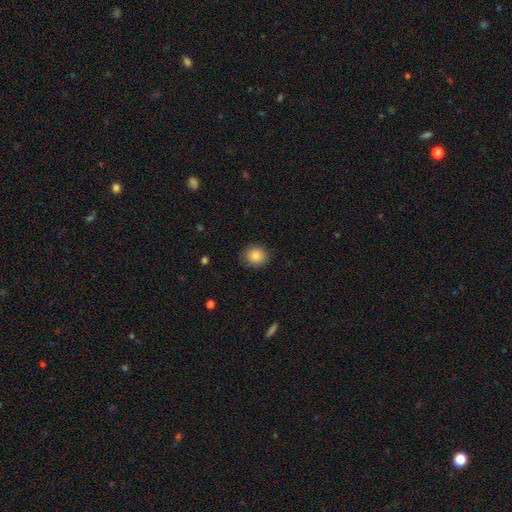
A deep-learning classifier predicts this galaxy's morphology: Overall: smooth (85%). How rounded: round (78%). Merging: none (86%).